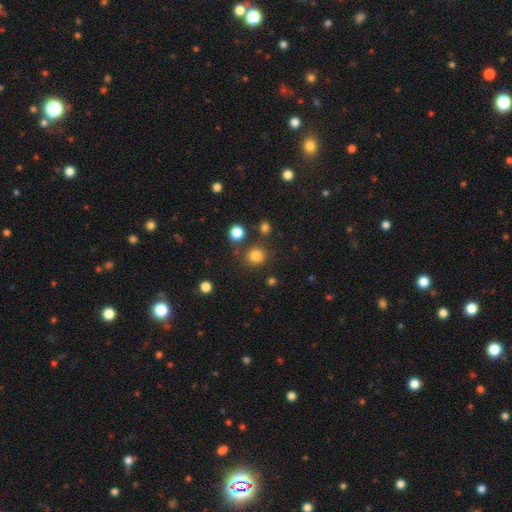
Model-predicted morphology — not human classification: A smooth galaxy with no disk features (81%) that is round (85%).

Vote fractions:
- Smooth or featured? smooth: 81% / star or artifact: 14% / featured or disk: 5%
- How rounded? round: 85% / in between: 14% / cigar-shaped: 1%
- Merging? none: 77% / minor disturbance: 11% / merger: 8% / major disturbance: 4%